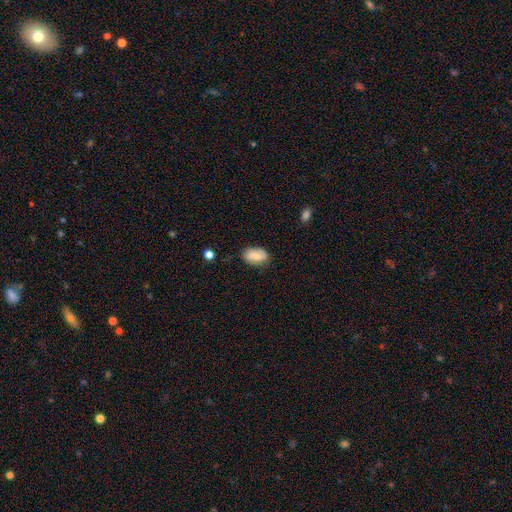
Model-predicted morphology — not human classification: This appears to be a smooth galaxy with no disk features (76%) that is in between round and cigar-shaped (91%). Merging: none (75%).